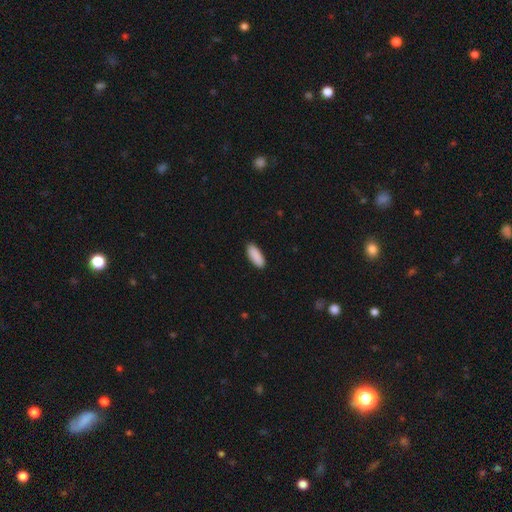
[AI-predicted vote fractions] A smooth galaxy with no disk features (91%) that is in between round and cigar-shaped (76%).

Vote fractions:
- Smooth or featured? smooth: 91% / star or artifact: 6% / featured or disk: 3%
- How rounded? in between: 76% / cigar-shaped: 23% / round: 2%
- Merging? none: 90% / minor disturbance: 8% / major disturbance: 2% / merger: 1%